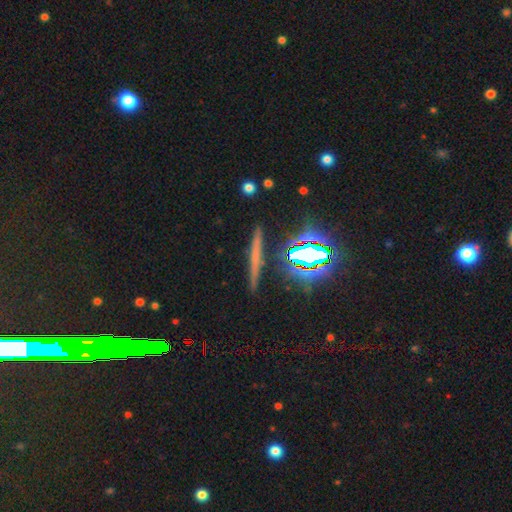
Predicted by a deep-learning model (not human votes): featured or disk 39%, smooth 35%, star or artifact 26%. Down the decision tree: merging — none (87%).